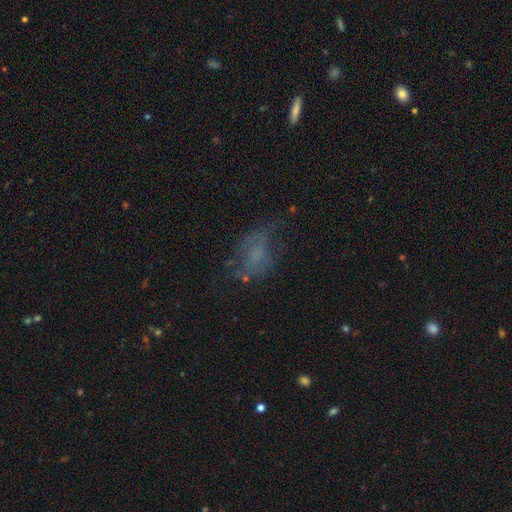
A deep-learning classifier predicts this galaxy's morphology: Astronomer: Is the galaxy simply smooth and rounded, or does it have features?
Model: smooth — 46% (runner-up: featured or disk, 37%).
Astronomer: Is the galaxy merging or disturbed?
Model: none — 47% (runner-up: major disturbance, 26%).